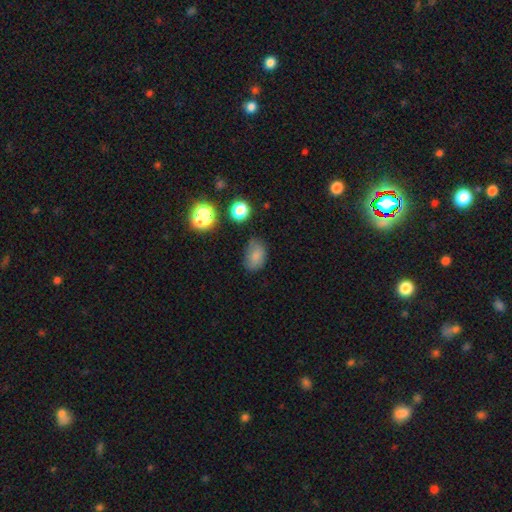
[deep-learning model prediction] Overall: smooth (79%). How rounded: in between (82%). Merging: none (67%).